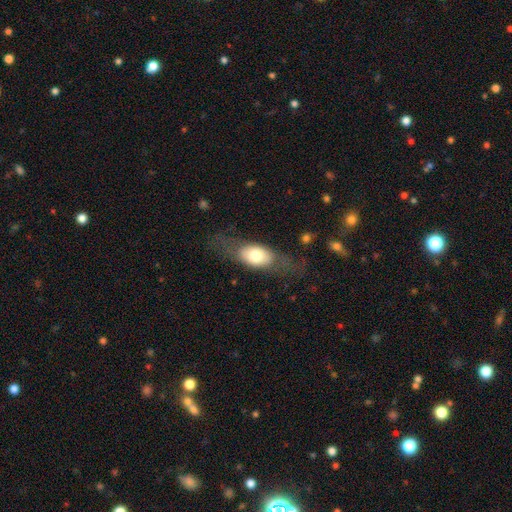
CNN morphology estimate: Smooth or featured: smooth — 60% (featured or disk — 33%)
How rounded: in between — 78% (cigar-shaped — 11%)
Merging: none — 67% (minor disturbance — 17%)